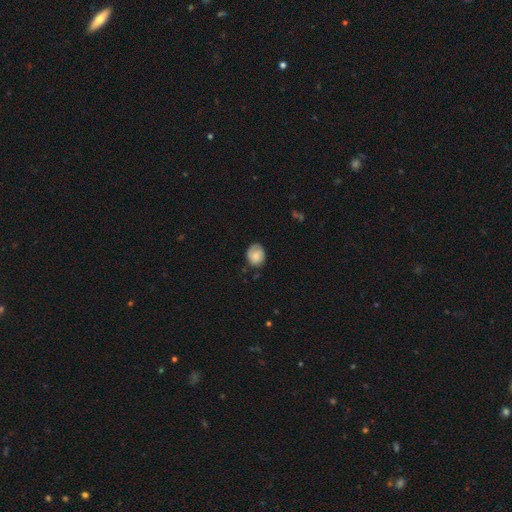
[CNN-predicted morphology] Smooth or featured? Predicted: smooth (p=0.69). How rounded? Predicted: round (p=0.62). Merging? Predicted: none (p=0.65).